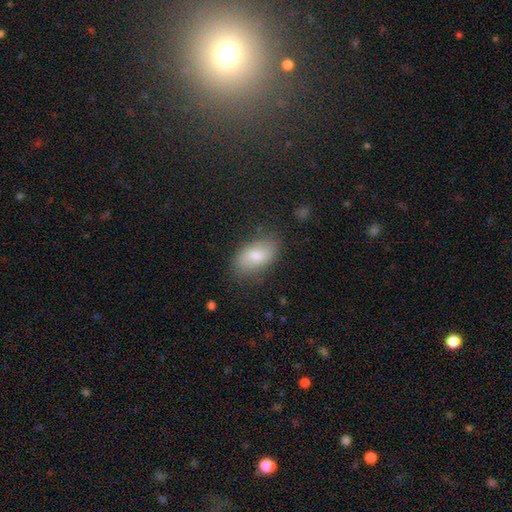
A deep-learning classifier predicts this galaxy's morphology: Smooth or featured? smooth (75%)
How rounded? in between (92%)
Merging? none (77%)